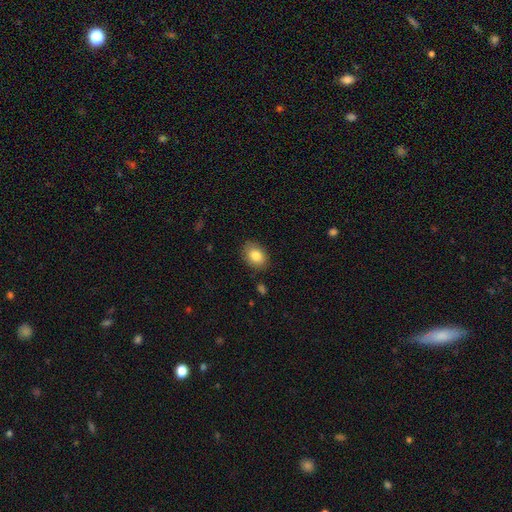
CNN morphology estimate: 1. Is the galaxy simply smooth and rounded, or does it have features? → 84% smooth, 8% featured or disk, 8% star or artifact.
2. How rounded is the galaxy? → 76% in between, 23% round, 1% cigar-shaped.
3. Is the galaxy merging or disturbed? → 85% none, 11% minor disturbance, 3% major disturbance, 1% merger.